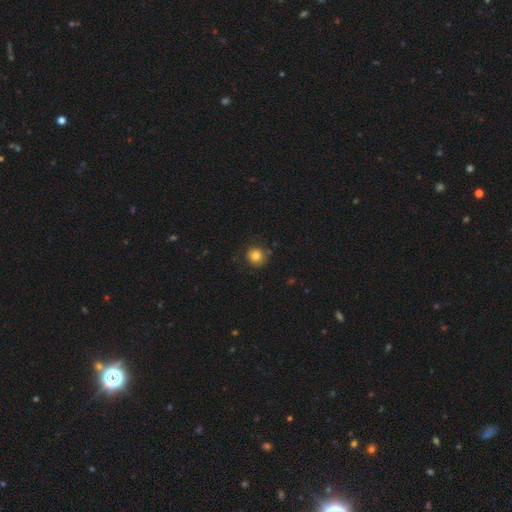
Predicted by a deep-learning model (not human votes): This is clearly a smooth galaxy (82%). How rounded: clearly round (90%). Merging: clearly none (82%).